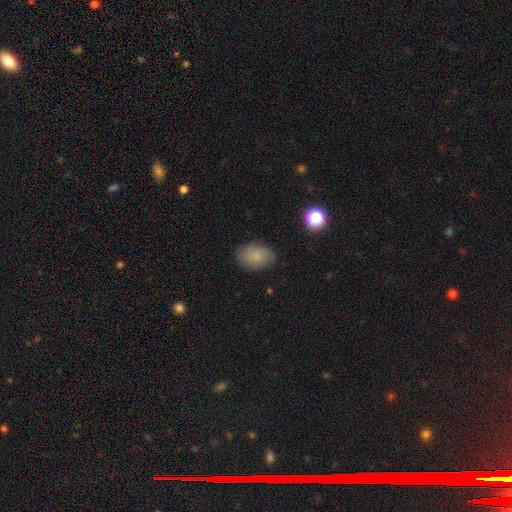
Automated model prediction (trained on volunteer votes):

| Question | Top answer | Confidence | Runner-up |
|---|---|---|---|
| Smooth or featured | smooth | 83% | star or artifact (9%) |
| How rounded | in between | 85% | round (14%) |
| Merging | none | 84% | minor disturbance (12%) |